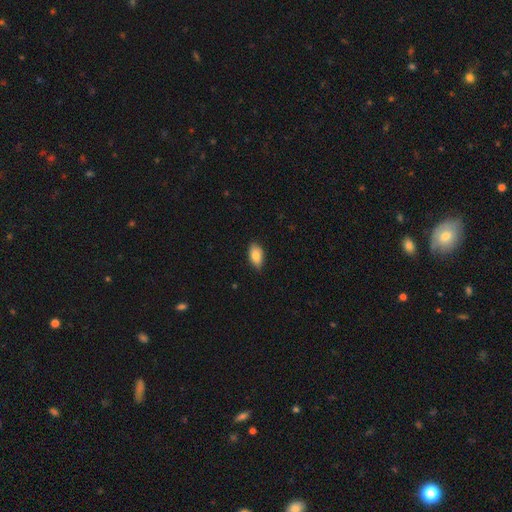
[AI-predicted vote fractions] This is clearly a smooth galaxy (83%). How rounded: clearly in between (91%). Merging: clearly none (83%).